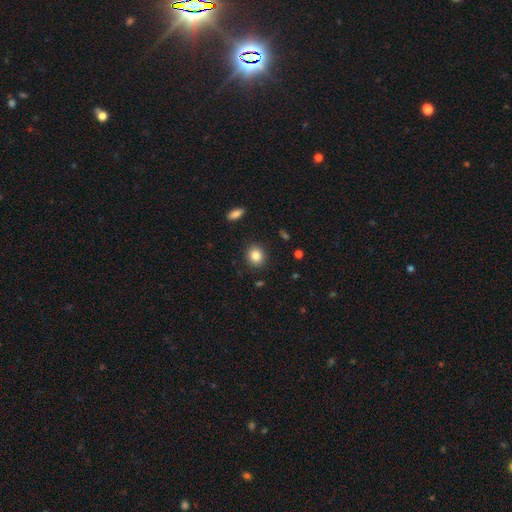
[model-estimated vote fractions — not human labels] Morphology: type=smooth (84%); roundness=round (76%); merging=none (90%).